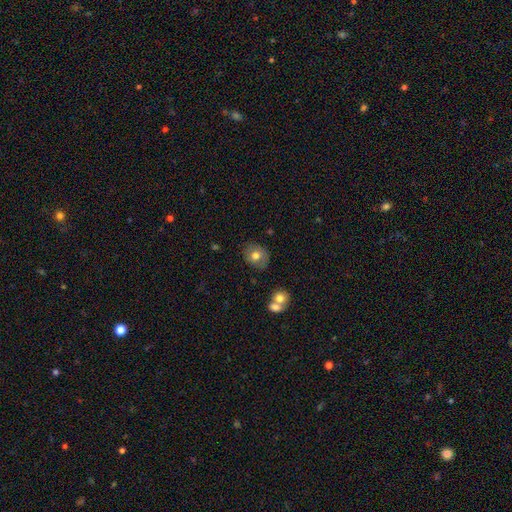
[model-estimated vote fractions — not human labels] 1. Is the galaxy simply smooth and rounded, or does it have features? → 74% smooth, 17% featured or disk, 9% star or artifact.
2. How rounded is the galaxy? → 65% round, 34% in between, 1% cigar-shaped.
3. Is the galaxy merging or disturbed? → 81% none, 12% minor disturbance, 4% merger, 3% major disturbance.